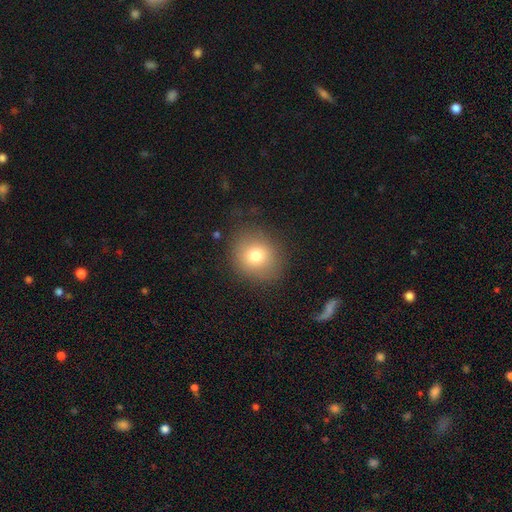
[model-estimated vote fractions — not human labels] Smooth or featured? Predicted: smooth (p=0.76). How rounded? Predicted: round (p=0.78). Merging? Predicted: none (p=0.81).